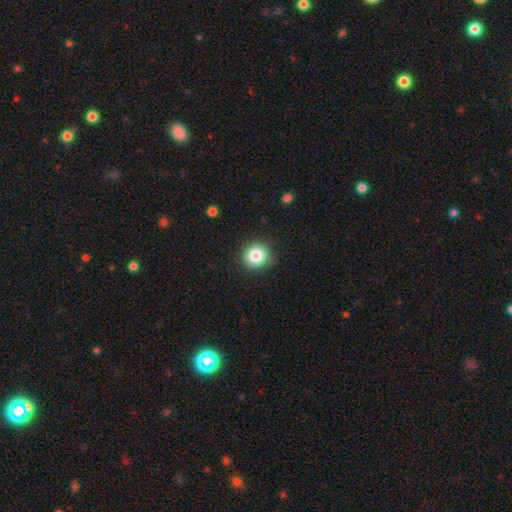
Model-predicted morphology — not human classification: type=smooth (84%); roundness=round (93%); merging=none (90%).